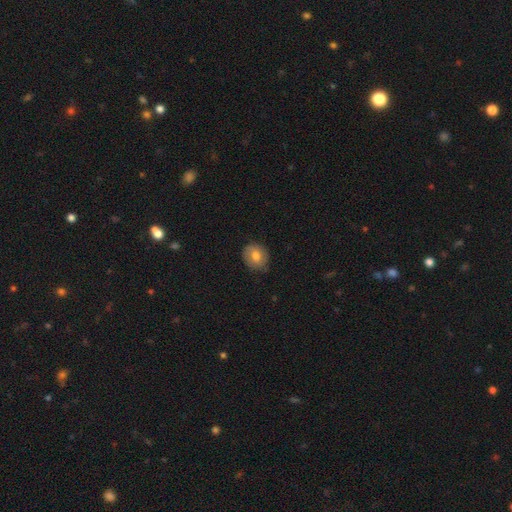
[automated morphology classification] Smooth or featured? Predicted: smooth (p=0.72). How rounded? Predicted: round (p=0.67). Merging? Predicted: none (p=0.78).